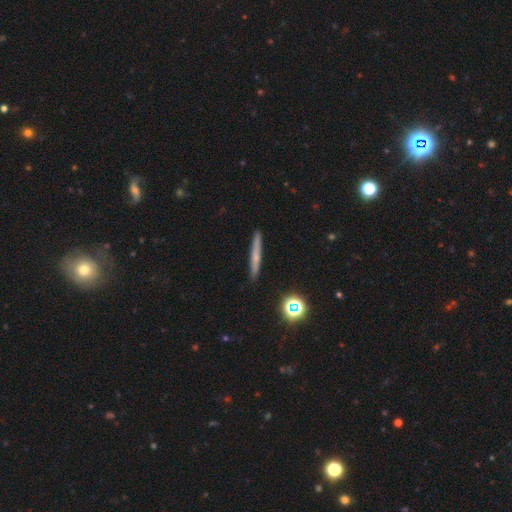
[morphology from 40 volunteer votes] Volunteers were most divided on "smooth or featured": featured or disk: 45%, smooth: 42%, star or artifact: 12%. More confident: edge-on disk — yes (94%); merging — none (91%); edge-on bulge — none (76%).